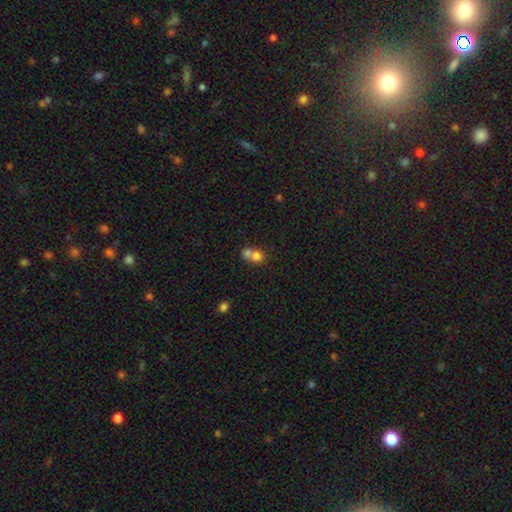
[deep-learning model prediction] Smooth or featured: smooth — 74% (featured or disk — 15%)
How rounded: round — 76% (in between — 23%)
Merging: merger — 67% (none — 26%)